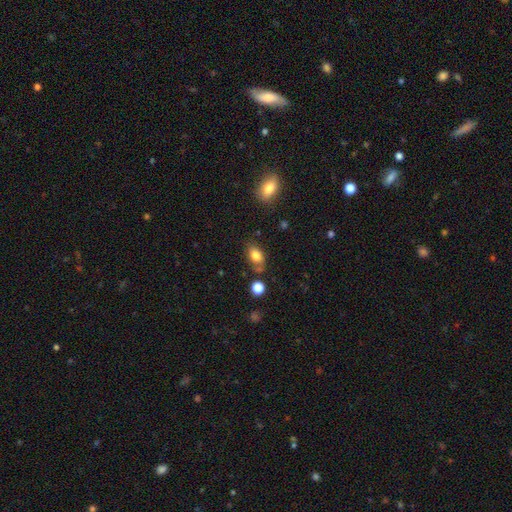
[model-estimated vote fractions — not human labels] This appears to be a smooth galaxy with no disk features (79%) that is in between round and cigar-shaped (85%). Merging: none (67%).